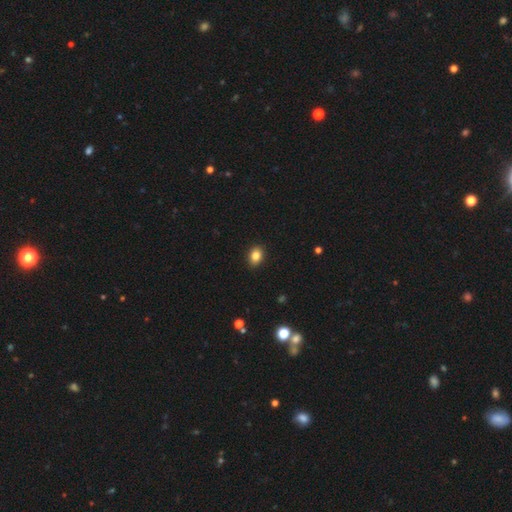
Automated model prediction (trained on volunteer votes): smooth 85%, star or artifact 10%, featured or disk 5%. Down the decision tree: how rounded — in between (68%); merging — none (89%).